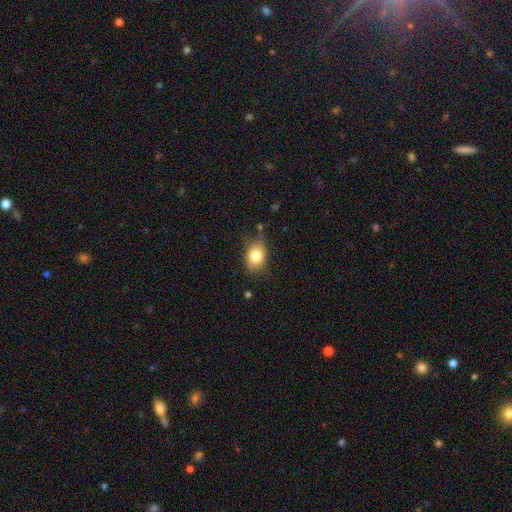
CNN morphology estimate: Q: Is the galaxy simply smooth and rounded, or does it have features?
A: smooth — 81%.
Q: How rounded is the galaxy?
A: in between — 74%.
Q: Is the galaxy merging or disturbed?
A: none — 73%.